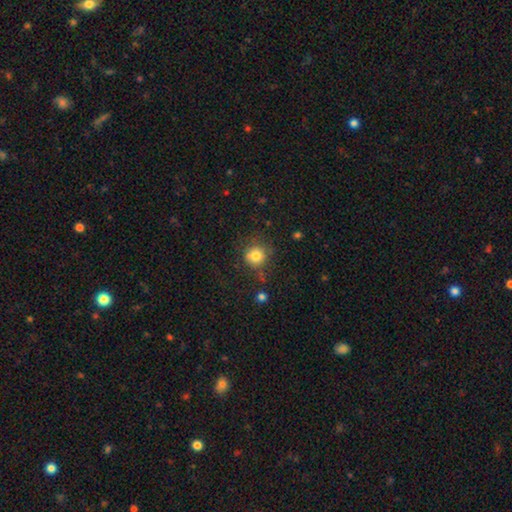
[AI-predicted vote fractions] This appears to be a smooth galaxy with no disk features (80%) that is round (89%). Merging: none (73%).